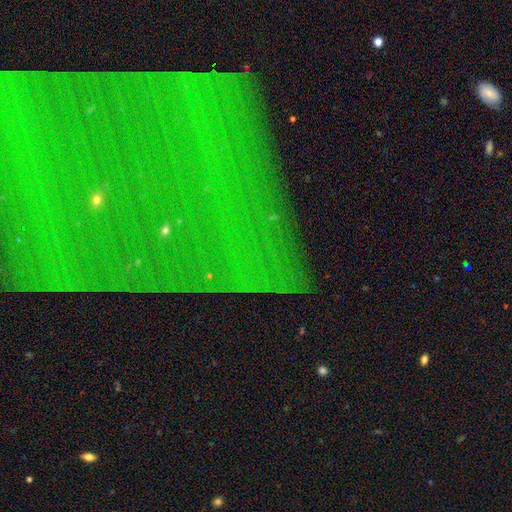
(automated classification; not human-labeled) Smooth or featured?
  - star or artifact: 81% *
  - featured or disk: 10%
  - smooth: 9%